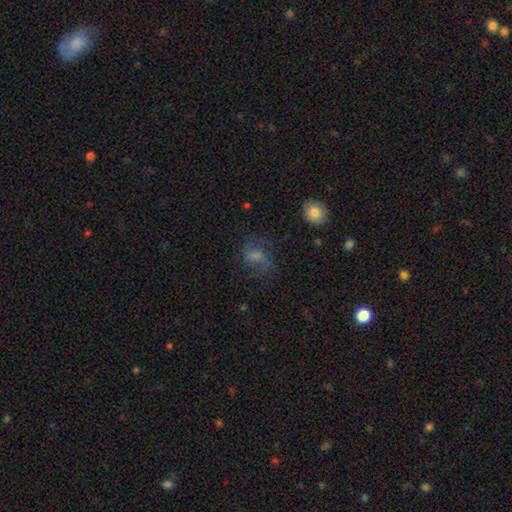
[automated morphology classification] A featured or disk galaxy (51%). Merging: none (66%).